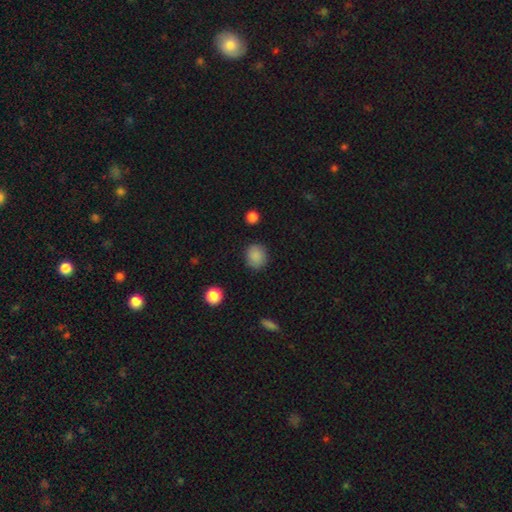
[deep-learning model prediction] Smooth or featured: smooth — 87% (star or artifact — 9%)
How rounded: round — 74% (in between — 25%)
Merging: none — 87% (minor disturbance — 9%)